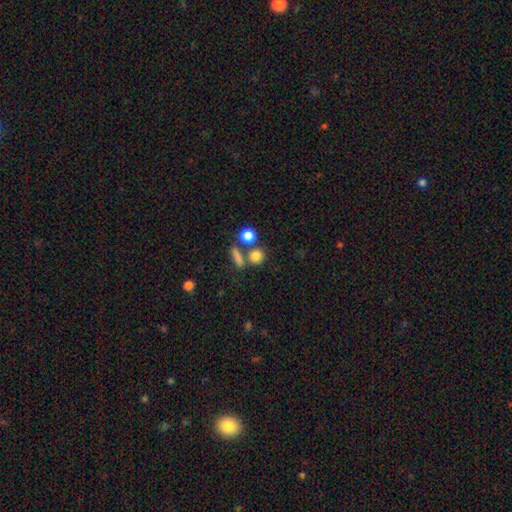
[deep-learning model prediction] Smooth or featured?
  - smooth: 80% *
  - star or artifact: 12%
  - featured or disk: 8%
How rounded?
  - round: 80% *
  - in between: 18%
  - cigar-shaped: 2%
Merging?
  - none: 62% *
  - merger: 24%
  - minor disturbance: 9%
  - major disturbance: 4%